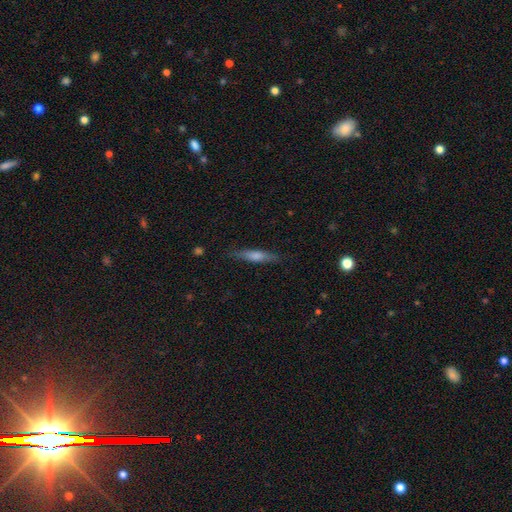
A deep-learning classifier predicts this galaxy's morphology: Smooth or featured: smooth — 59% (featured or disk — 35%)
How rounded: cigar-shaped — 83% (in between — 15%)
Merging: none — 84% (minor disturbance — 12%)